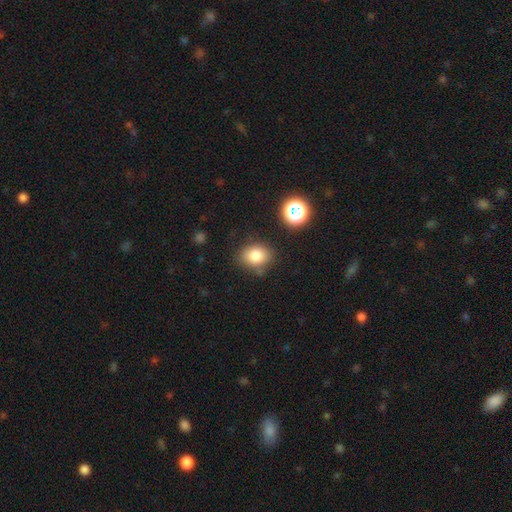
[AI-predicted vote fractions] smooth-or-featured: smooth: 81% | star or artifact: 11% | featured or disk: 8%
  how-rounded: in between: 55% | round: 44% | cigar-shaped: 1%
  merging: none: 77% | minor disturbance: 15% | major disturbance: 4% | merger: 4%